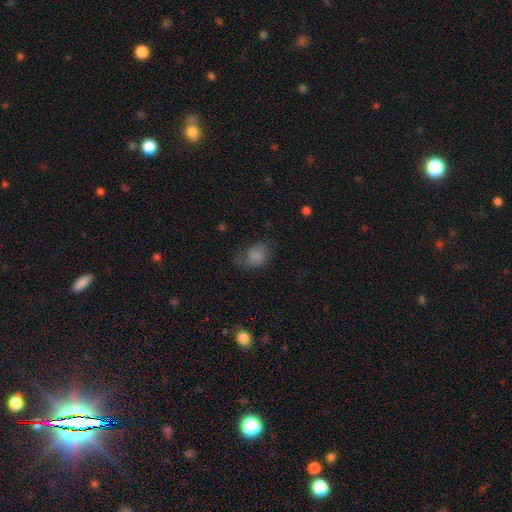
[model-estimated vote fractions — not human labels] smooth-or-featured: smooth: 71% | featured or disk: 18% | star or artifact: 12%
  how-rounded: in between: 64% | round: 35% | cigar-shaped: 1%
  merging: none: 46% | minor disturbance: 29% | major disturbance: 23% | merger: 2%